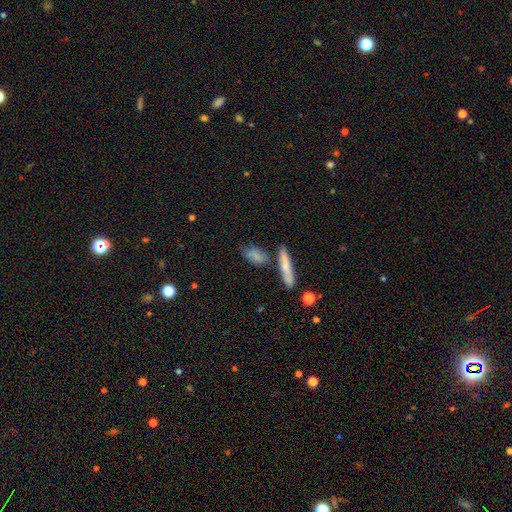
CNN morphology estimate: A smooth galaxy with no disk features (77%) that is in between round and cigar-shaped (58%).

Vote fractions:
- Smooth or featured? smooth: 77% / featured or disk: 15% / star or artifact: 8%
- How rounded? in between: 58% / cigar-shaped: 35% / round: 7%
- Merging? none: 58% / minor disturbance: 20% / merger: 16% / major disturbance: 6%